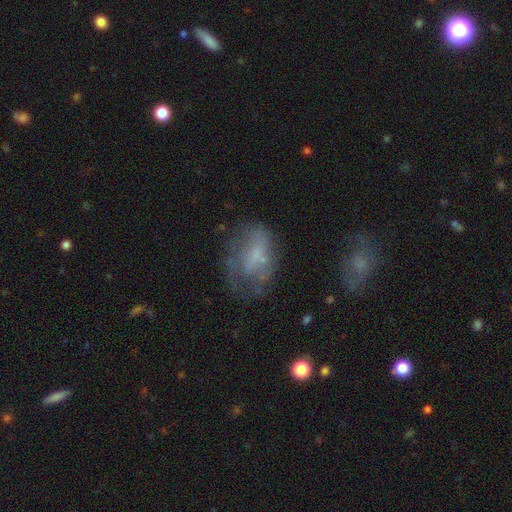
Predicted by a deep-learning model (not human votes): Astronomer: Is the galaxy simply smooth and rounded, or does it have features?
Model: featured or disk — 45% (runner-up: smooth, 42%).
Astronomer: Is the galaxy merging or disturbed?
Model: none — 45% (runner-up: major disturbance, 25%).